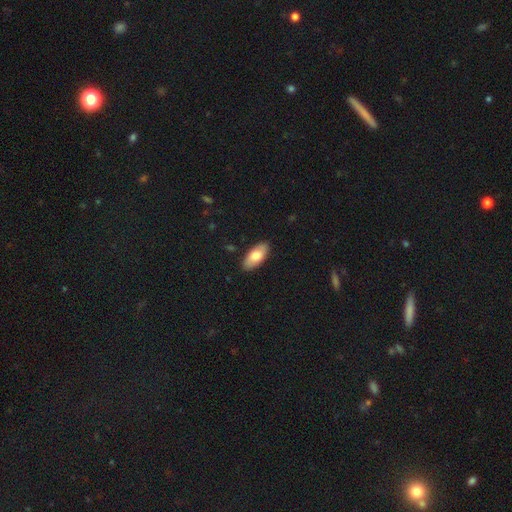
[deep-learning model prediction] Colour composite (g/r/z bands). It shows a smooth galaxy with no disk features (78%) that is in between round and cigar-shaped (89%). Merging: none (89%).